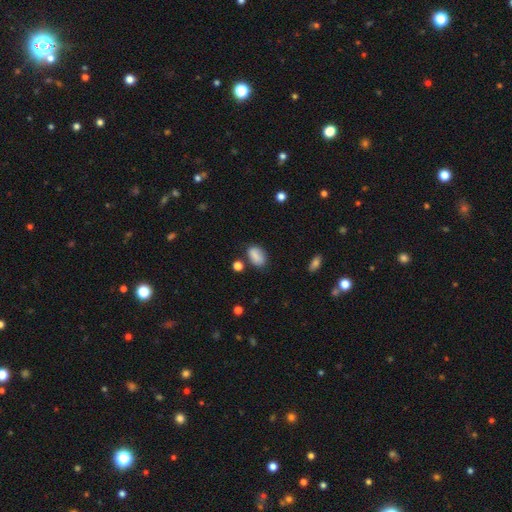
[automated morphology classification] Smooth or featured?
  - smooth: 83% *
  - star or artifact: 9%
  - featured or disk: 8%
How rounded?
  - in between: 87% *
  - round: 11%
  - cigar-shaped: 2%
Merging?
  - none: 71% *
  - minor disturbance: 18%
  - merger: 6%
  - major disturbance: 5%